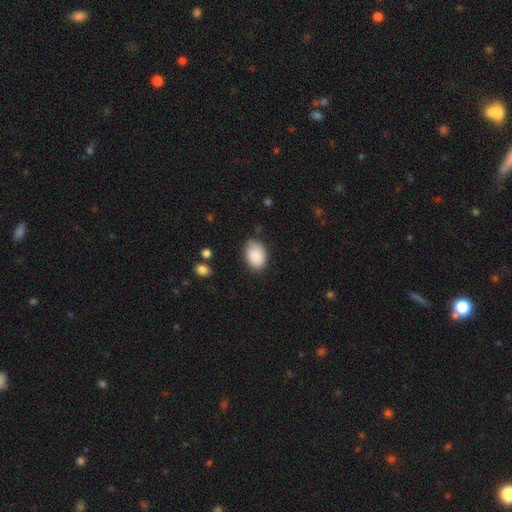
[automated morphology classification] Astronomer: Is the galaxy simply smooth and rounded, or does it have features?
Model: smooth — 86%.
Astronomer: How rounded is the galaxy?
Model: in between — 75%.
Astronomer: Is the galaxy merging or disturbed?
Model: none — 71%.